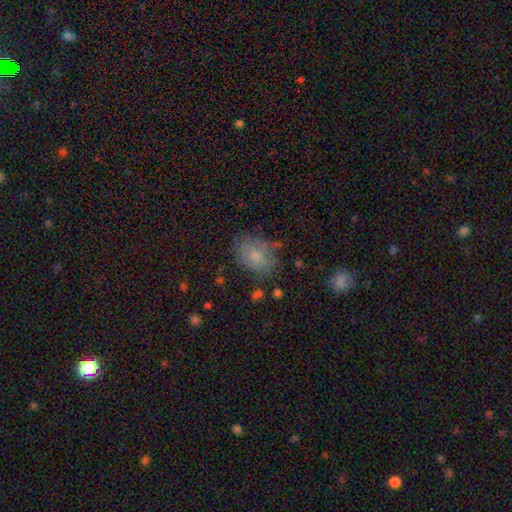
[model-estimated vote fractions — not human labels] Smooth or featured? smooth (74%)
How rounded? in between (72%)
Merging? none (68%)